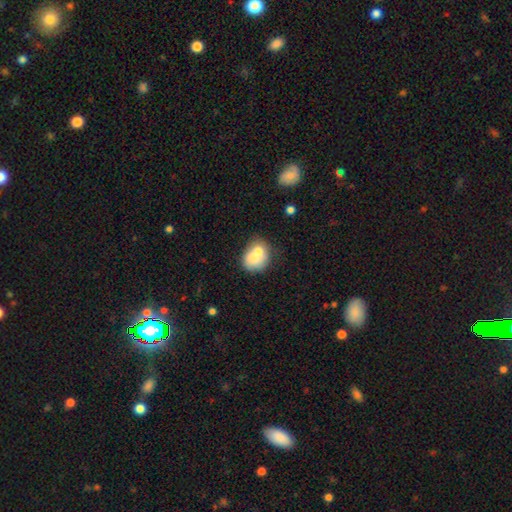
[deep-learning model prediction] Smooth or featured? smooth (70%)
How rounded? round (59%)
Merging? merger (52%)